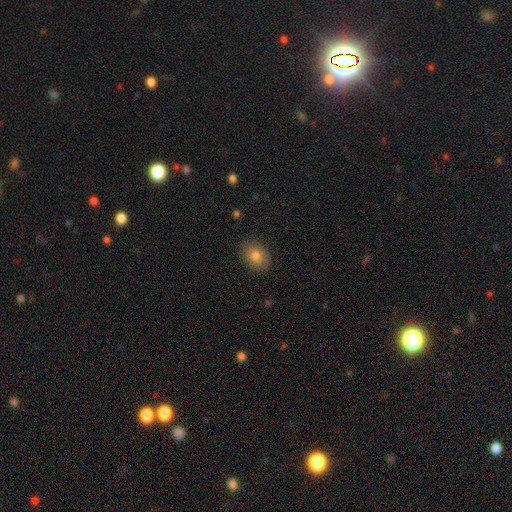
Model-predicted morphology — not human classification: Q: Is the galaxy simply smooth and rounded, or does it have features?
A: smooth — 79%.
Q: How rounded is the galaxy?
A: in between — 67%.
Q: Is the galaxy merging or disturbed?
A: none — 87%.